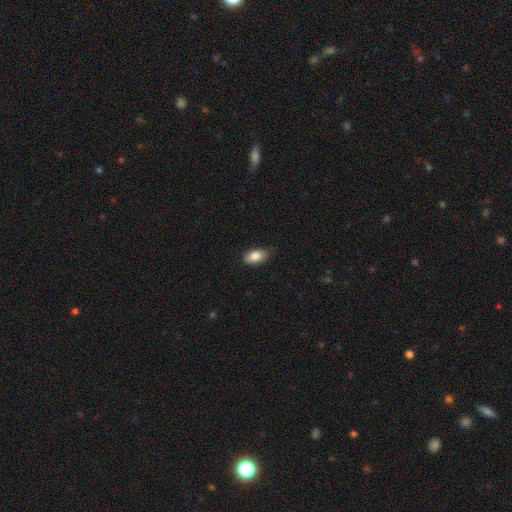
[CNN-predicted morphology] type=smooth (84%); roundness=in between (91%); merging=none (77%).